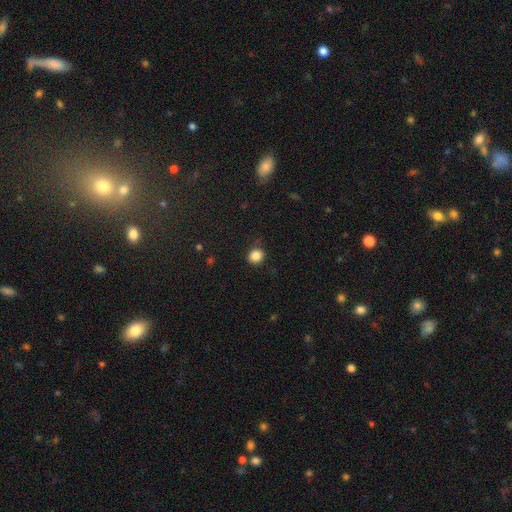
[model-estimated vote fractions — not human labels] smooth-or-featured: smooth: 85% | star or artifact: 11% | featured or disk: 4%
  how-rounded: round: 84% | in between: 15% | cigar-shaped: 1%
  merging: none: 83% | minor disturbance: 12% | major disturbance: 3% | merger: 1%